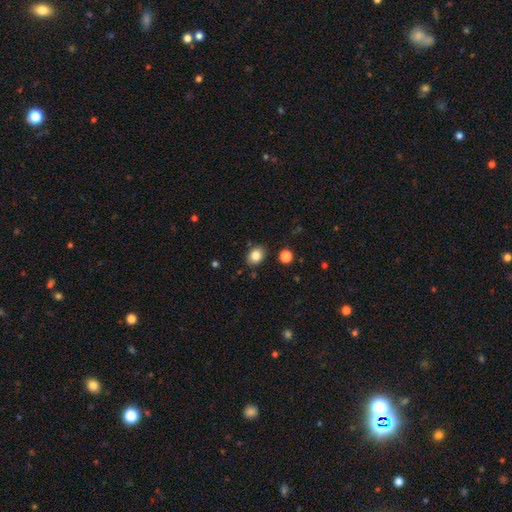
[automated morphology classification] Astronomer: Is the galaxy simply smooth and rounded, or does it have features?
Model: smooth — 84%.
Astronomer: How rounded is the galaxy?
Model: in between — 60% (runner-up: round, 39%).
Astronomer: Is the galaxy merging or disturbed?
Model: none — 84%.